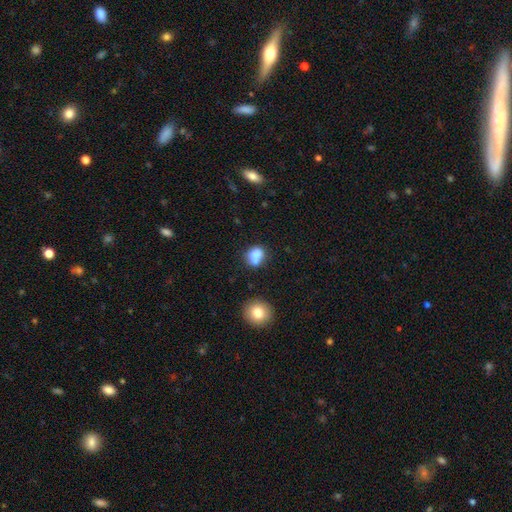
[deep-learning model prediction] This appears to be a smooth galaxy with no disk features (74%) that is round (60%). Merging: merger (45%).